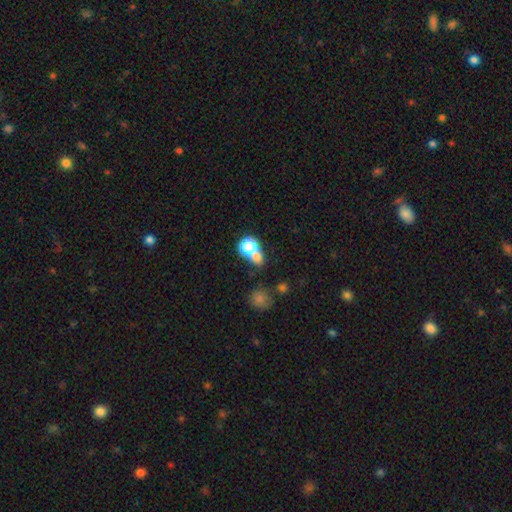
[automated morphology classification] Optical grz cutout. It shows a smooth galaxy with no disk features (70%) that is round (61%). Merging: merger (51%).